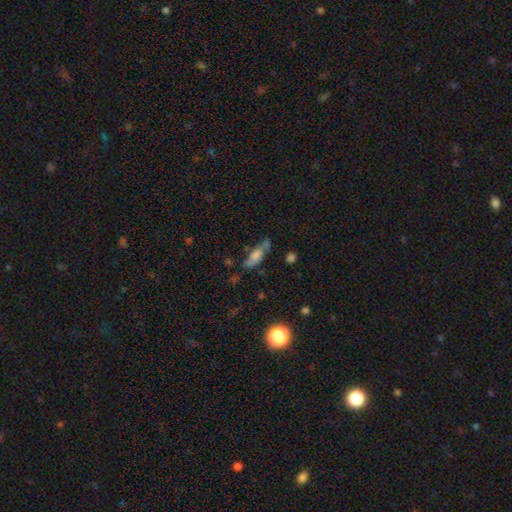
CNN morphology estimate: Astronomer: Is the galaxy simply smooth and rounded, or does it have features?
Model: smooth — 69%.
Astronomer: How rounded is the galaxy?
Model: in between — 67%.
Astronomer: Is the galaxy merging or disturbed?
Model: none — 40% (runner-up: minor disturbance, 25%).